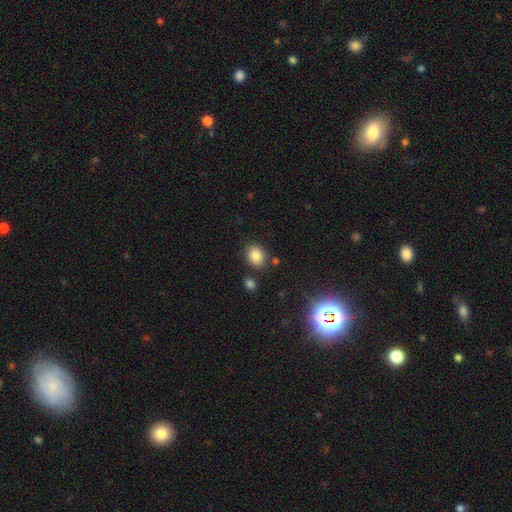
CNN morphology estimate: smooth-or-featured: smooth: 83% | star or artifact: 11% | featured or disk: 6%
  how-rounded: in between: 52% | round: 47% | cigar-shaped: 1%
  merging: none: 81% | minor disturbance: 10% | merger: 6% | major disturbance: 3%